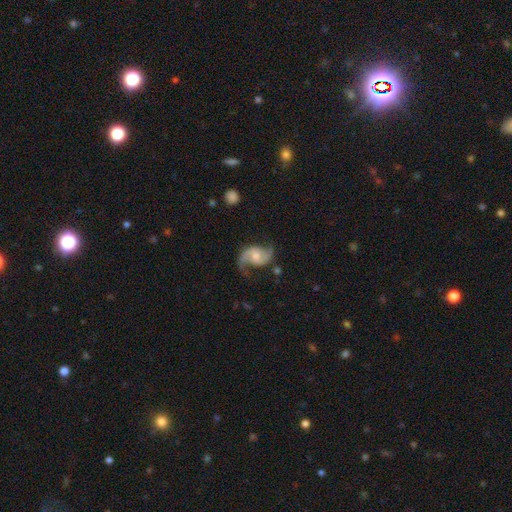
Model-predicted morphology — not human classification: smooth_or_featured: featured or disk (p=0.87) [alt: smooth p=0.07]
disk_edge_on: no (p=0.98) [alt: yes p=0.02]
bar: no (p=0.55) [alt: weak p=0.38]
has_spiral_arms: yes (p=0.97) [alt: no p=0.03]
spiral_winding: loose (p=0.50) [alt: medium p=0.41]
spiral_arm_count: 2 (p=0.90) [alt: 1 p=0.05]
bulge_size: moderate (p=0.53) [alt: small p=0.32]
merging: none (p=0.68) [alt: minor disturbance p=0.19]